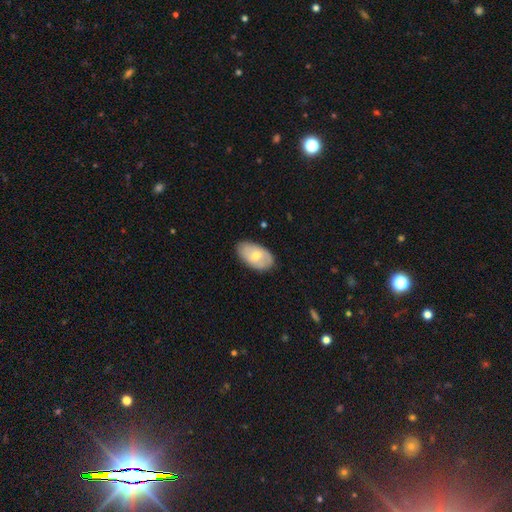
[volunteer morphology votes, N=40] type=smooth (62%); roundness=in between (76%); merging=none (70%).